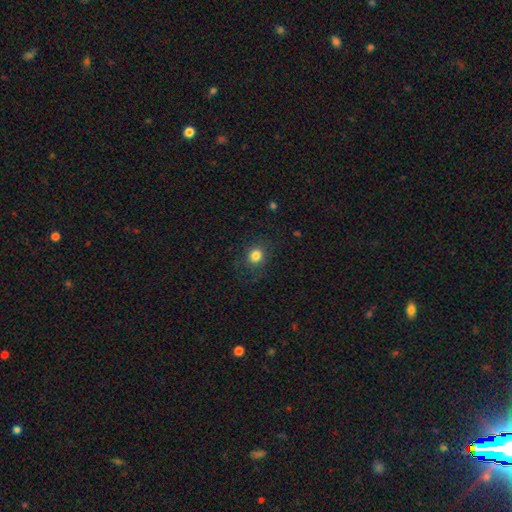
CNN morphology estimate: This is clearly a smooth galaxy (83%). How rounded: likely round (76%). Merging: clearly none (85%).